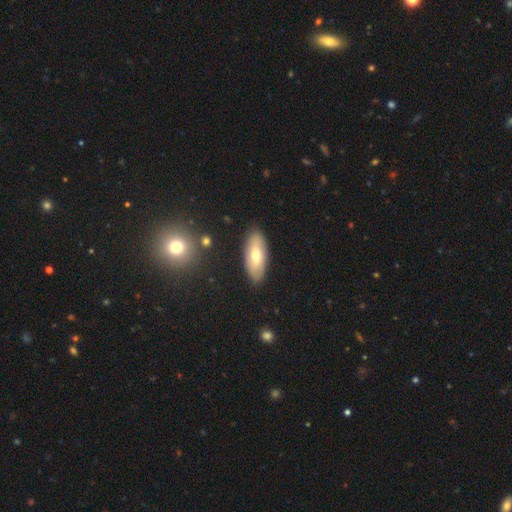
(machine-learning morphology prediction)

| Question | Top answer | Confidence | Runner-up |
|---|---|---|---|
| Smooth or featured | smooth | 61% | featured or disk (33%) |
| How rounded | in between | 85% | cigar-shaped (13%) |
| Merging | none | 85% | minor disturbance (11%) |